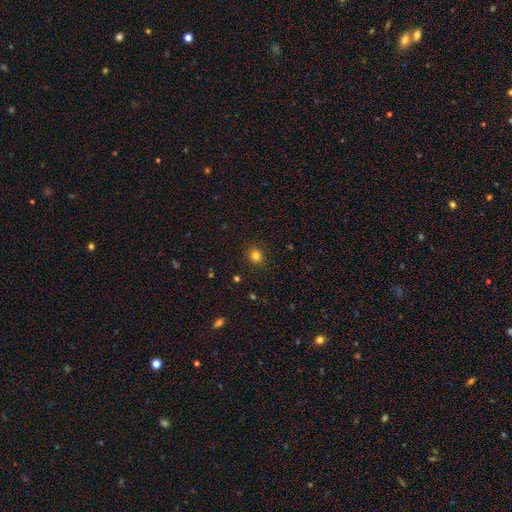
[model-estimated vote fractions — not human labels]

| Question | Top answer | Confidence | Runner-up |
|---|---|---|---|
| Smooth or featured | smooth | 82% | star or artifact (13%) |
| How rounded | round | 83% | in between (16%) |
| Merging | none | 90% | minor disturbance (7%) |